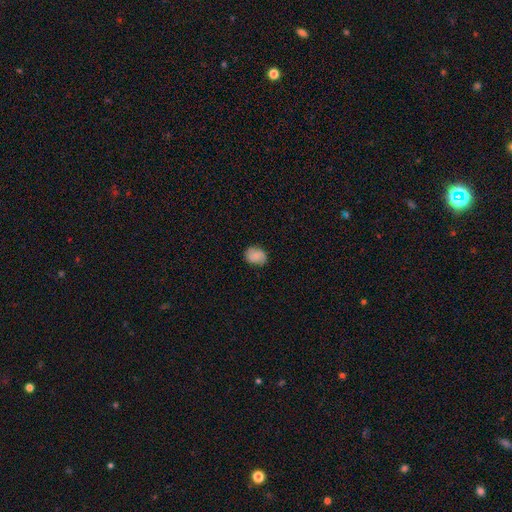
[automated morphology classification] The model was most divided on "how rounded": round: 51%, in between: 48%, cigar-shaped: 1%. More confident: merging — none (81%); smooth or featured — smooth (78%).